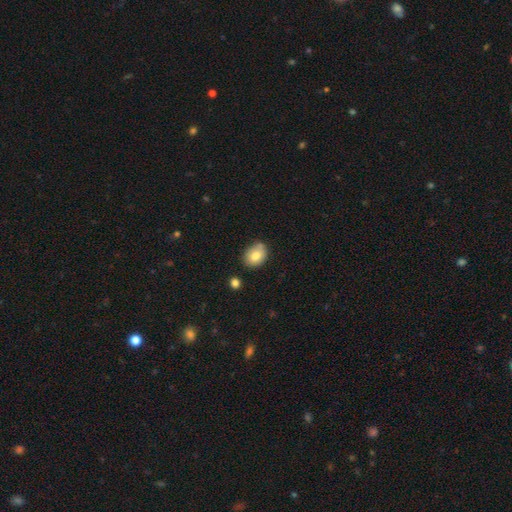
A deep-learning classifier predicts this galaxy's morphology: A smooth galaxy with no disk features (78%) that is in between round and cigar-shaped (59%).

Vote fractions:
- Smooth or featured? smooth: 78% / featured or disk: 13% / star or artifact: 9%
- How rounded? in between: 59% / round: 40% / cigar-shaped: 1%
- Merging? none: 72% / minor disturbance: 19% / merger: 5% / major disturbance: 3%